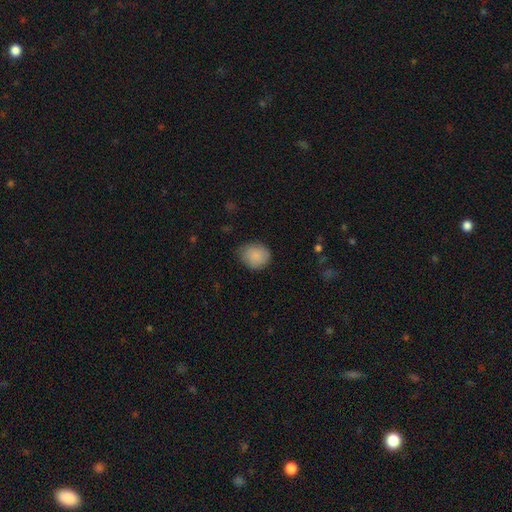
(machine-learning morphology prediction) Smooth or featured? smooth (86%)
How rounded? round (73%)
Merging? none (69%)